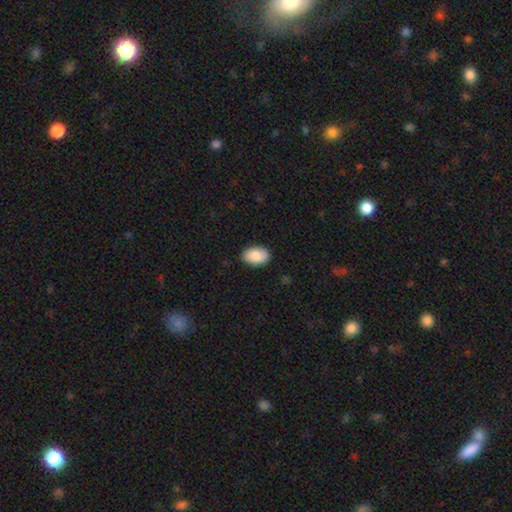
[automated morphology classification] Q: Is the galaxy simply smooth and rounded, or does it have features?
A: smooth — 85%.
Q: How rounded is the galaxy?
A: in between — 88%.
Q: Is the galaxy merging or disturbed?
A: none — 85%.